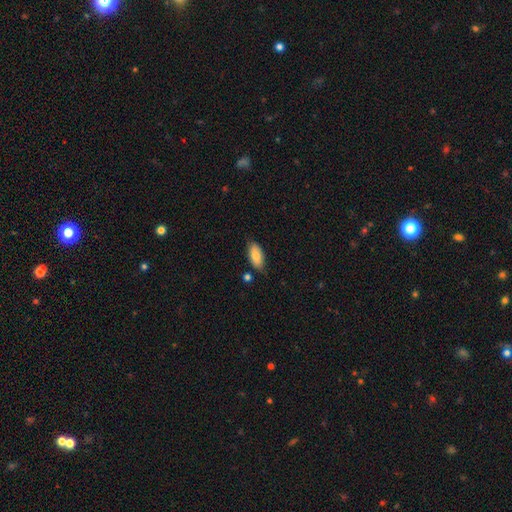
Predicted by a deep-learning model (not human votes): smooth_or_featured: smooth (p=0.80) [alt: featured or disk p=0.13]
how_rounded: in between (p=0.91) [alt: cigar-shaped p=0.06]
merging: none (p=0.76) [alt: minor disturbance p=0.18]